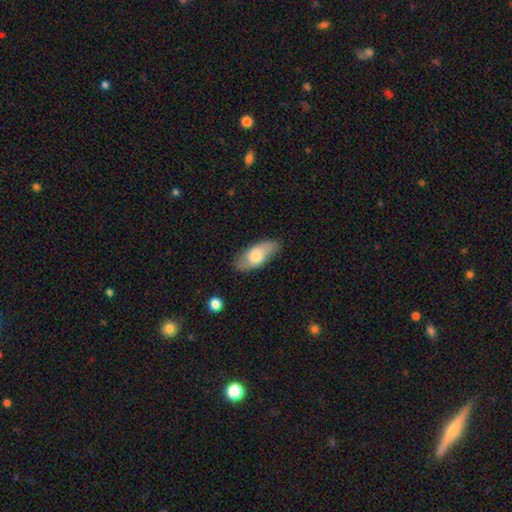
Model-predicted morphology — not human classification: A smooth galaxy with no disk features (68%) that is in between round and cigar-shaped (84%). Merging: none (82%).